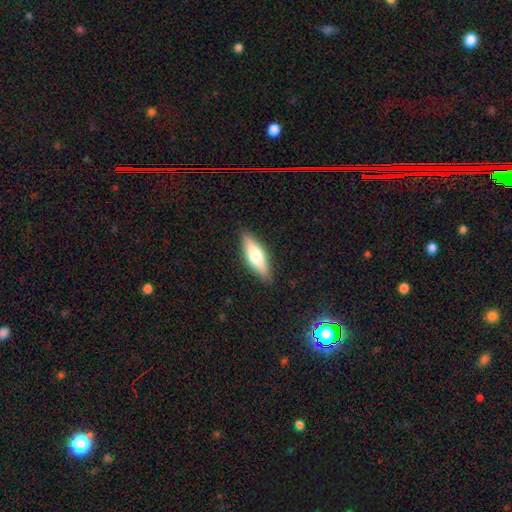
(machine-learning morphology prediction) Q: Smooth or featured?
A: smooth (59%); runner-up: featured or disk (35%)
Q: How rounded?
A: in between (51%); runner-up: cigar-shaped (46%)
Q: Merging?
A: none (87%); runner-up: minor disturbance (10%)